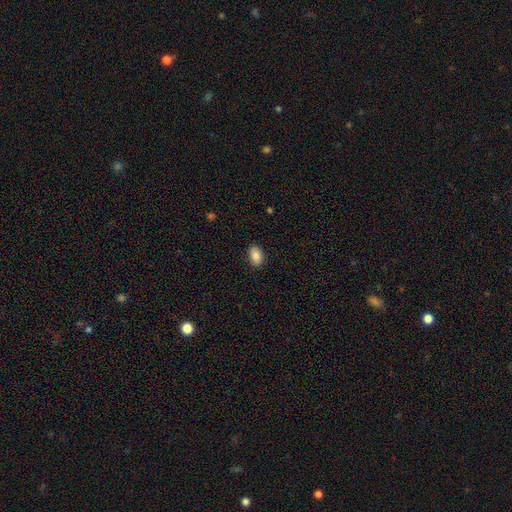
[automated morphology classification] smooth-or-featured: smooth: 85% | star or artifact: 8% | featured or disk: 7%
  how-rounded: in between: 89% | round: 10% | cigar-shaped: 1%
  merging: none: 88% | minor disturbance: 9% | major disturbance: 2% | merger: 1%